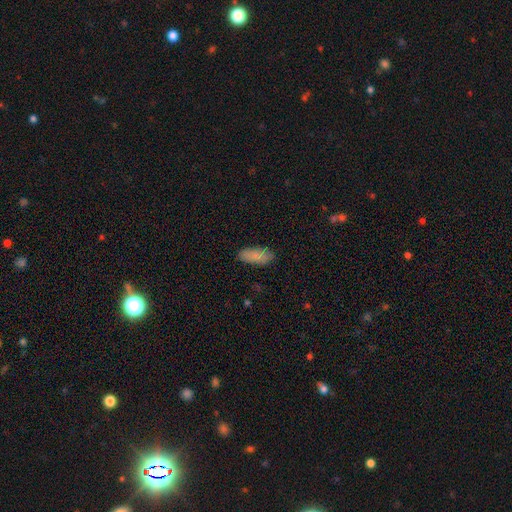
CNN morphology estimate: Q: Smooth or featured?
A: smooth (86%); runner-up: featured or disk (8%)
Q: How rounded?
A: in between (84%); runner-up: cigar-shaped (14%)
Q: Merging?
A: none (83%); runner-up: minor disturbance (13%)